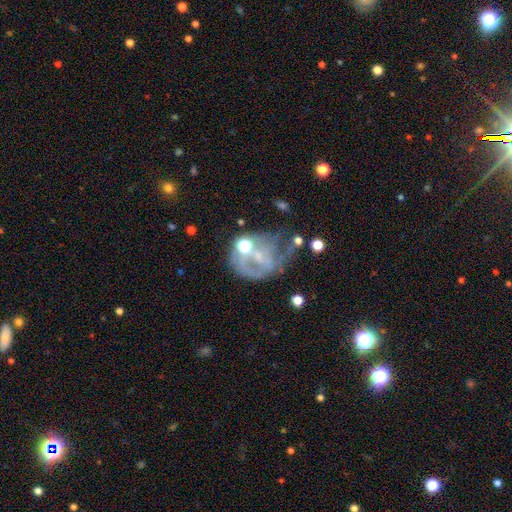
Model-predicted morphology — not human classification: Smooth or featured? Predicted: featured or disk (p=0.59). Edge-on disk? Predicted: no (p=0.97). Bar? Predicted: no (p=0.66). Spiral arms? Predicted: no (p=0.59). Bulge size? Predicted: small (p=0.38). Merging? Predicted: major disturbance (p=0.38).